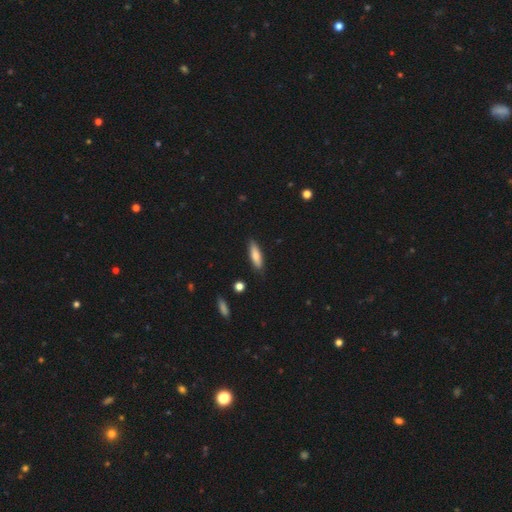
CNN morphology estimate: Overall: smooth (77%). How rounded: cigar-shaped (62%; in between 36%). Merging: none (86%).